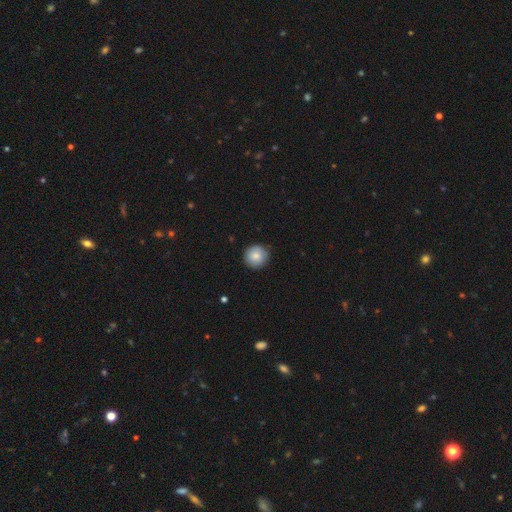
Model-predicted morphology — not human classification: This is clearly a smooth galaxy (84%). How rounded: clearly round (95%). Merging: clearly none (89%).